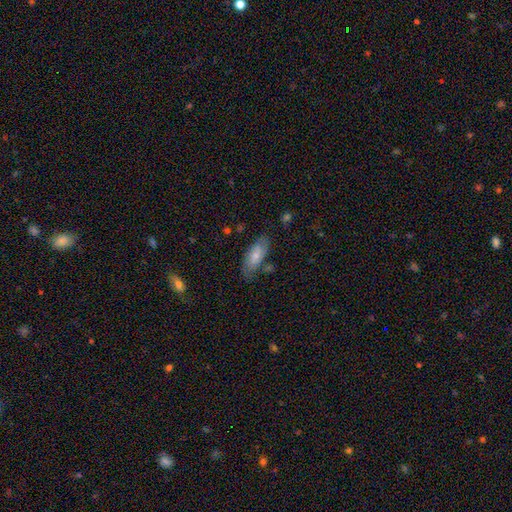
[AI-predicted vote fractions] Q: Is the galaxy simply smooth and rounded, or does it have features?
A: smooth — 69%.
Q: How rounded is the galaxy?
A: in between — 80%.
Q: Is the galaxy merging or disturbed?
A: none — 67%.